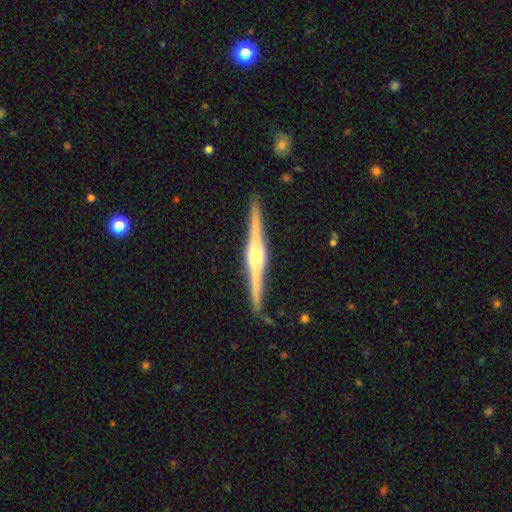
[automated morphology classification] The model was most divided on "edge-on bulge": rounded: 79%, boxy: 17%, none: 4%. More confident: edge-on disk — yes (99%); merging — none (91%); smooth or featured — featured or disk (88%).